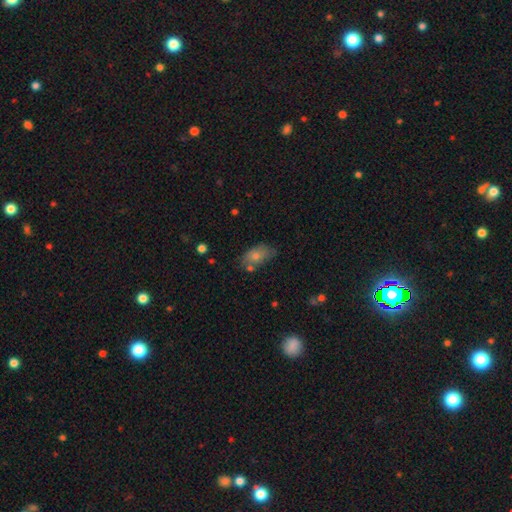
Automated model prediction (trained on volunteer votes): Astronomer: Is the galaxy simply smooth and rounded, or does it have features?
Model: smooth — 66%.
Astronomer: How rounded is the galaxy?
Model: in between — 87%.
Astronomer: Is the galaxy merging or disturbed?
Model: none — 66%.